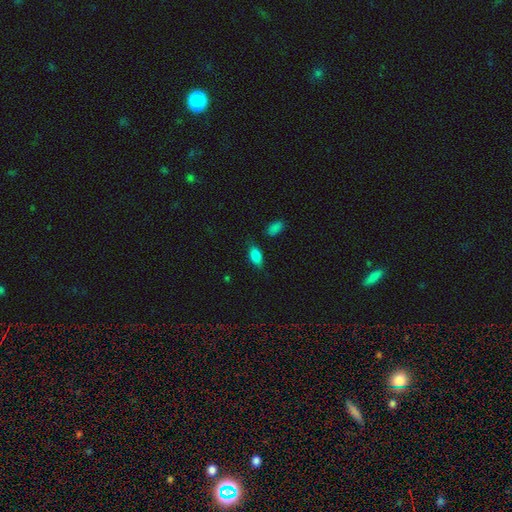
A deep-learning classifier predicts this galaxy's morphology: type=smooth (81%); roundness=in between (87%); merging=none (72%).